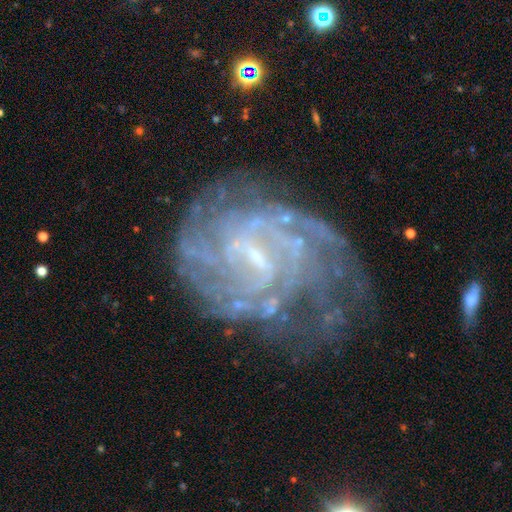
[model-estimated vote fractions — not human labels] smooth_or_featured: featured or disk (p=0.88) [alt: star or artifact p=0.07]
disk_edge_on: no (p=0.98) [alt: yes p=0.02]
bar: weak (p=0.58) [alt: strong p=0.24]
has_spiral_arms: yes (p=0.93) [alt: no p=0.07]
spiral_winding: tight (p=0.60) [alt: medium p=0.31]
spiral_arm_count: can't tell (p=0.39) [alt: 2 p=0.17]
bulge_size: small (p=0.72) [alt: moderate p=0.15]
merging: none (p=0.59) [alt: minor disturbance p=0.22]